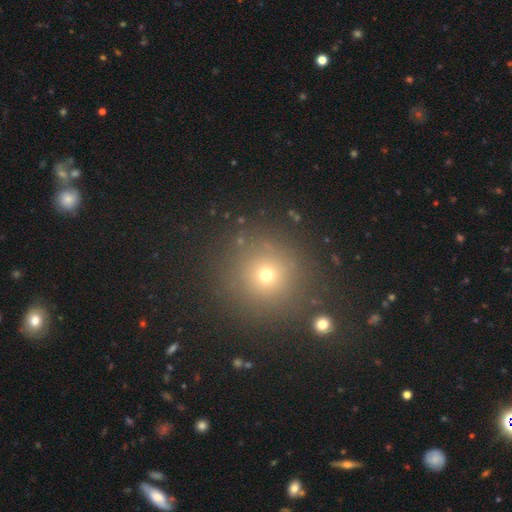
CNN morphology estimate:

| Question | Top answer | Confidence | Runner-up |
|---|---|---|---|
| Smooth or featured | smooth | 57% | star or artifact (35%) |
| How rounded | round | 94% | in between (5%) |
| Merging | none | 88% | minor disturbance (6%) |